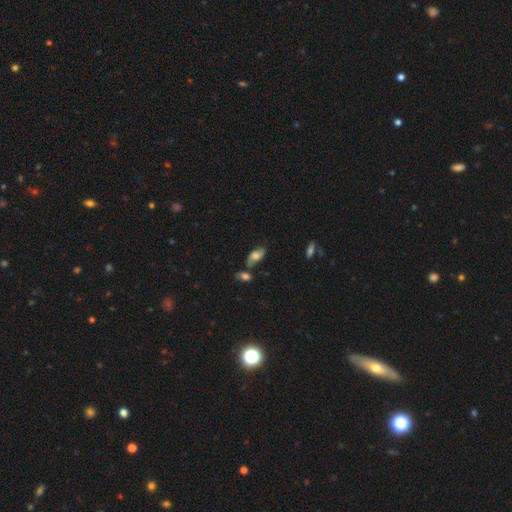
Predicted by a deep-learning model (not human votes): A smooth galaxy with no disk features (61%) that is in between round and cigar-shaped (89%).

Vote fractions:
- Smooth or featured? smooth: 61% / featured or disk: 29% / star or artifact: 9%
- How rounded? in between: 89% / cigar-shaped: 7% / round: 5%
- Merging? none: 51% / merger: 22% / minor disturbance: 19% / major disturbance: 7%